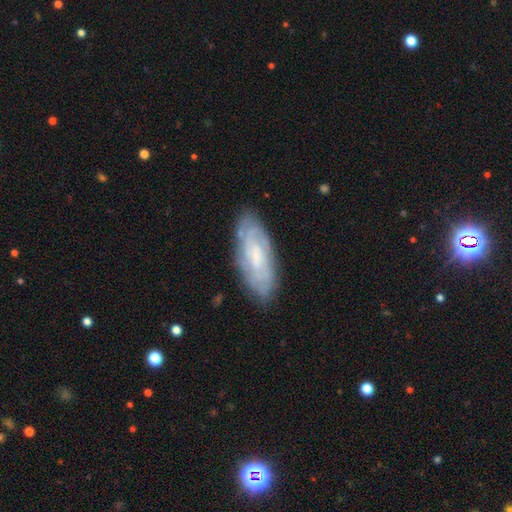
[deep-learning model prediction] A featured or disk galaxy (65%) with no bar (53%), spiral arms (86%) and a small central bulge (48%). Merging: none (80%).